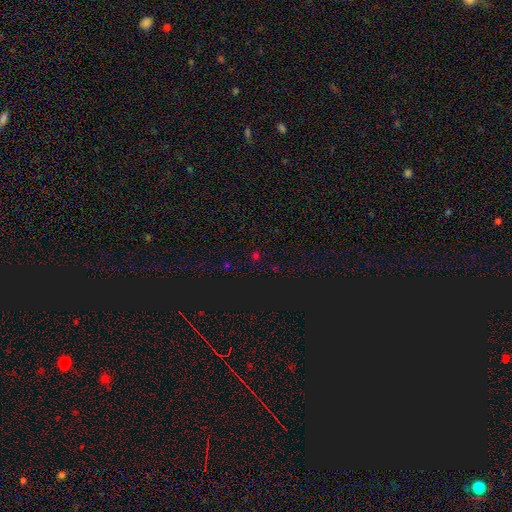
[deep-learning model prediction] Q: Smooth or featured?
A: star or artifact (54%); runner-up: smooth (40%)